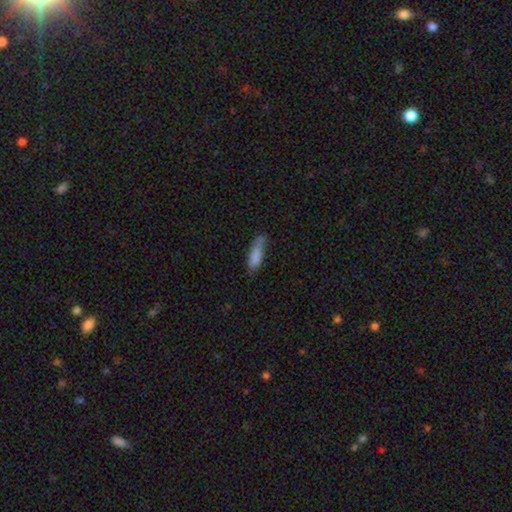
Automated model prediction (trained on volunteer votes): Overall: smooth (83%). How rounded: in between (55%; cigar-shaped 43%). Merging: none (54%; minor disturbance 32%).